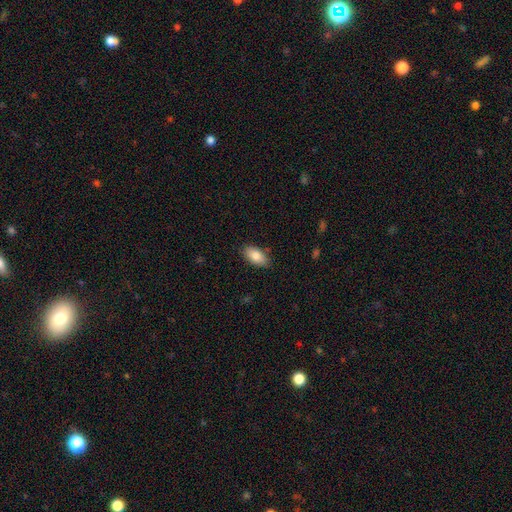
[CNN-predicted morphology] The model was most divided on "merging": none: 86%, minor disturbance: 11%, major disturbance: 2%, merger: 1%. More confident: how rounded — in between (93%); smooth or featured — smooth (84%).